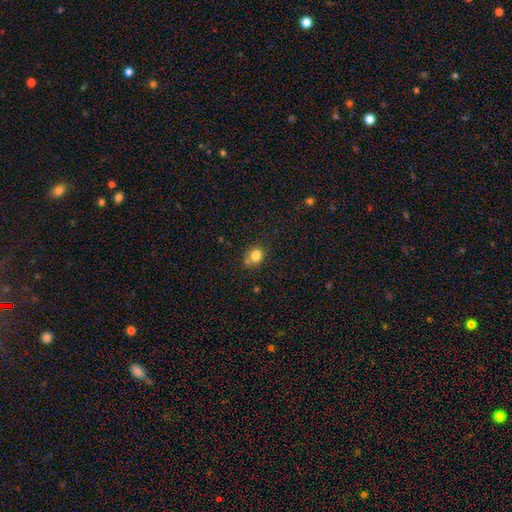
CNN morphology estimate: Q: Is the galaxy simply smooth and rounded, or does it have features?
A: smooth — 81%.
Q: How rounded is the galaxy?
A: round — 69%.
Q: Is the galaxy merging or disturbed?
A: none — 62%.